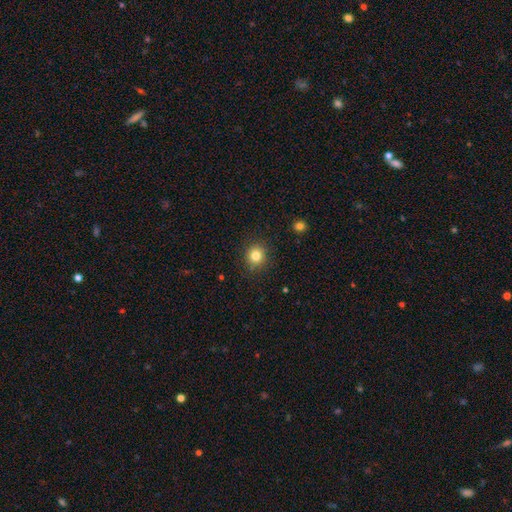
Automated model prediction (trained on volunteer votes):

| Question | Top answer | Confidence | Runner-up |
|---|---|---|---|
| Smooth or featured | smooth | 82% | star or artifact (12%) |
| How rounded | round | 90% | in between (9%) |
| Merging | none | 89% | minor disturbance (7%) |